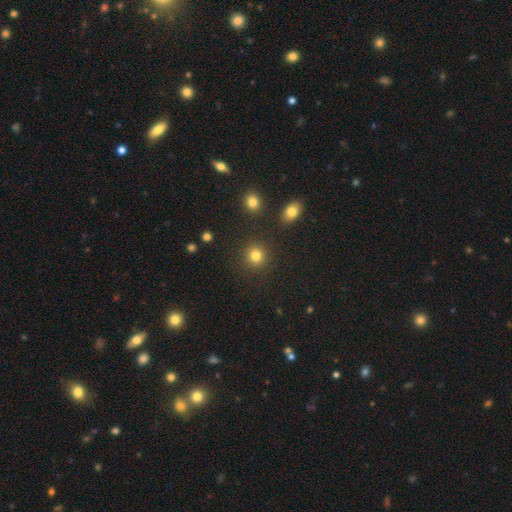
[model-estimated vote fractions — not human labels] This appears to be a smooth galaxy with no disk features (83%) that is round (91%). Merging: none (88%).